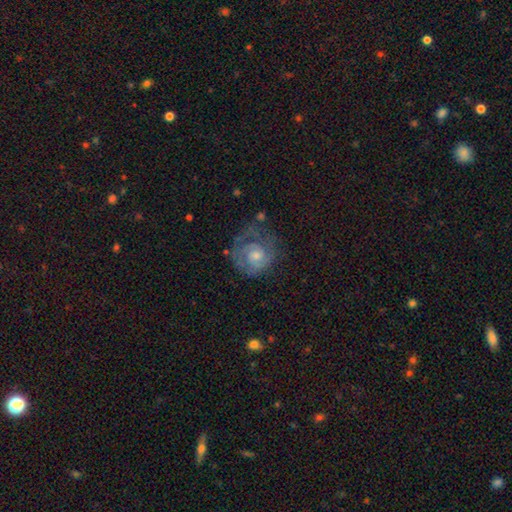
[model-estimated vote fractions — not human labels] This appears to be a featured or disk galaxy (71%) with no bar (68%), 2 (40%) tight (60%) spiral arms (84%) and a moderate central bulge (50%). Merging: none (56%).